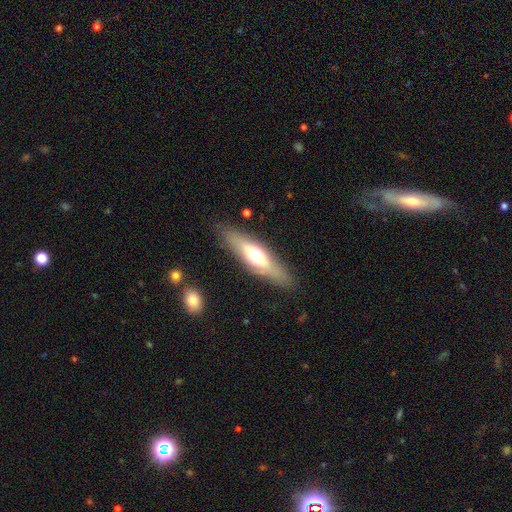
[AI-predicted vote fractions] Q: Smooth or featured?
A: smooth (47%); tied with: featured or disk (47%)
Q: Merging?
A: none (85%); runner-up: minor disturbance (10%)